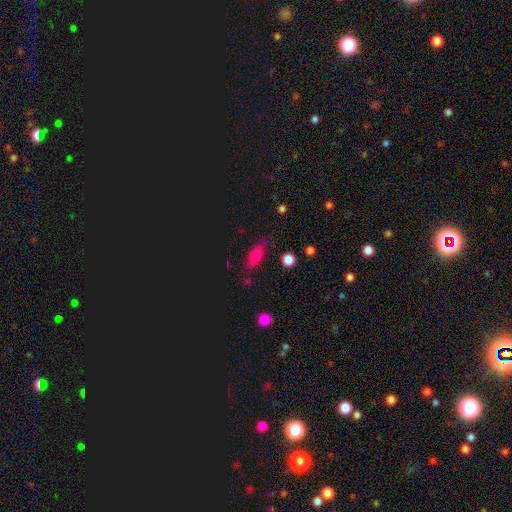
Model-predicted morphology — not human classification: Q: Smooth or featured?
A: smooth (66%); runner-up: featured or disk (18%)
Q: How rounded?
A: in between (67%); runner-up: cigar-shaped (25%)
Q: Merging?
A: none (71%); runner-up: minor disturbance (20%)